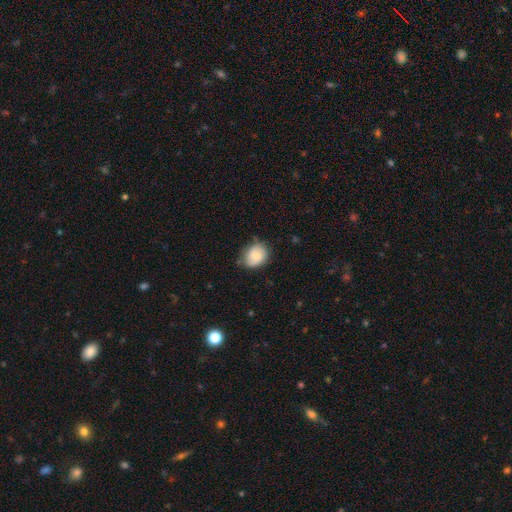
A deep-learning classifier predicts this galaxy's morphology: Overall: smooth (75%). How rounded: round (52%; in between 47%). Merging: none (68%).